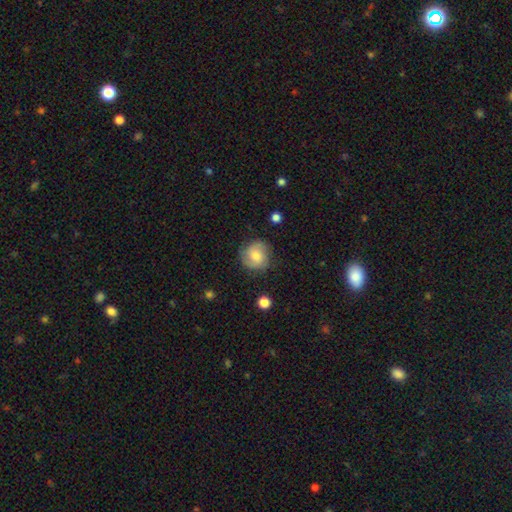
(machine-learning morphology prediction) The model was most divided on "smooth or featured": smooth: 56%, featured or disk: 36%, star or artifact: 8%. More confident: how rounded — round (87%); merging — none (78%).